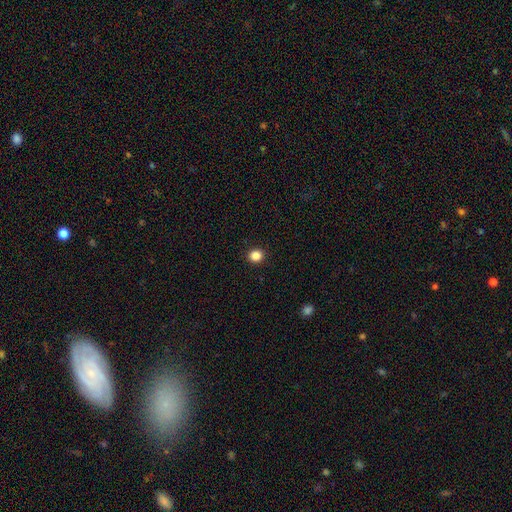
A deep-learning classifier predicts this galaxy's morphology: Smooth or featured: smooth — 86% (star or artifact — 11%)
How rounded: round — 85% (in between — 14%)
Merging: none — 93% (minor disturbance — 5%)